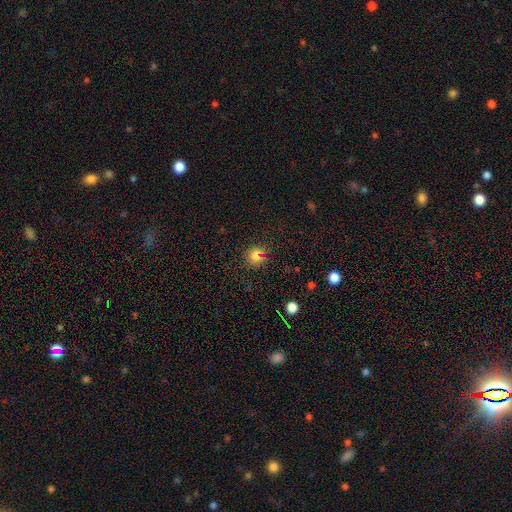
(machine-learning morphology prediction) smooth-or-featured: smooth: 74% | star or artifact: 20% | featured or disk: 6%
  how-rounded: round: 87% | in between: 12% | cigar-shaped: 1%
  merging: none: 83% | minor disturbance: 10% | major disturbance: 3% | merger: 3%